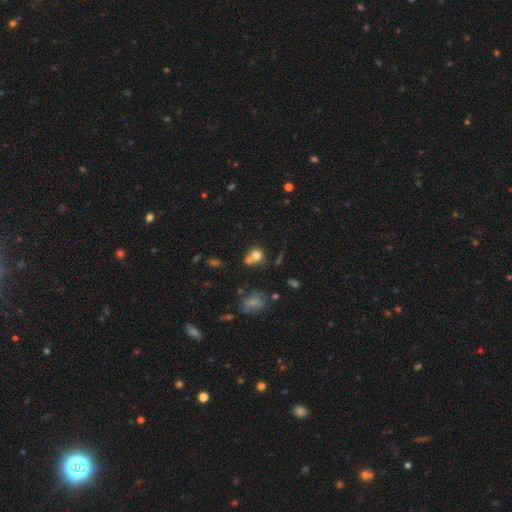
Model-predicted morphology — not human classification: smooth-or-featured: smooth: 75% | star or artifact: 13% | featured or disk: 12%
  how-rounded: round: 78% | in between: 20% | cigar-shaped: 1%
  merging: none: 43% | merger: 42% | minor disturbance: 10% | major disturbance: 5%